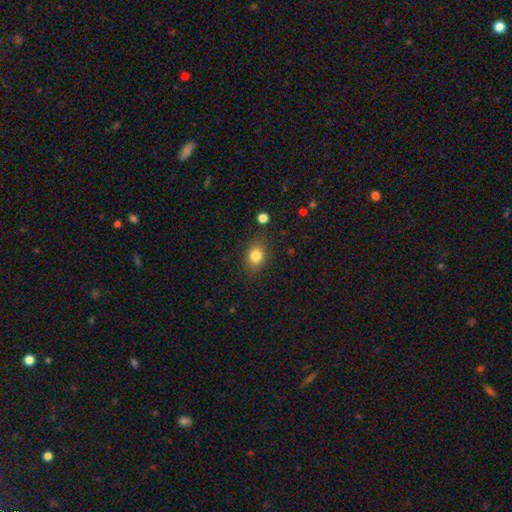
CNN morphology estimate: A smooth galaxy with no disk features (82%) that is in between round and cigar-shaped (57%).

Vote fractions:
- Smooth or featured? smooth: 82% / star or artifact: 10% / featured or disk: 7%
- How rounded? in between: 57% / round: 41% / cigar-shaped: 1%
- Merging? none: 83% / minor disturbance: 12% / major disturbance: 3% / merger: 2%